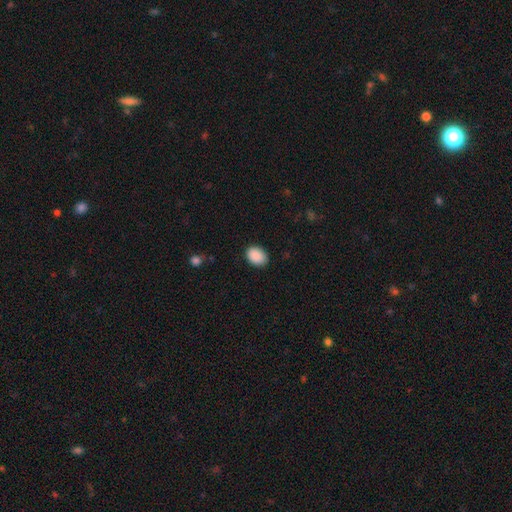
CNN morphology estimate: smooth 90%, star or artifact 7%, featured or disk 3%. Down the decision tree: how rounded — in between (75%); merging — none (87%).